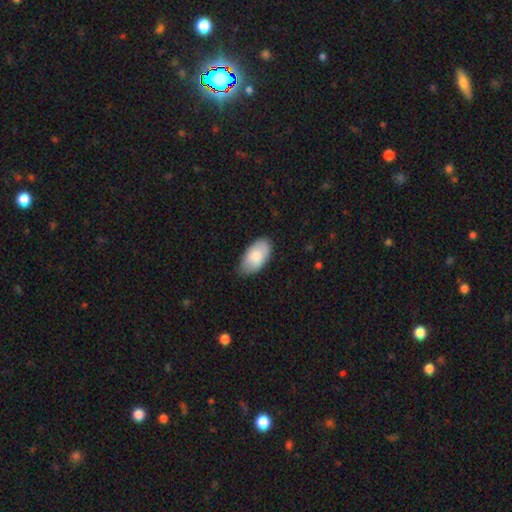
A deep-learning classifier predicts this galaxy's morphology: Smooth or featured? Predicted: smooth (p=0.80). How rounded? Predicted: in between (p=0.95). Merging? Predicted: none (p=0.77).